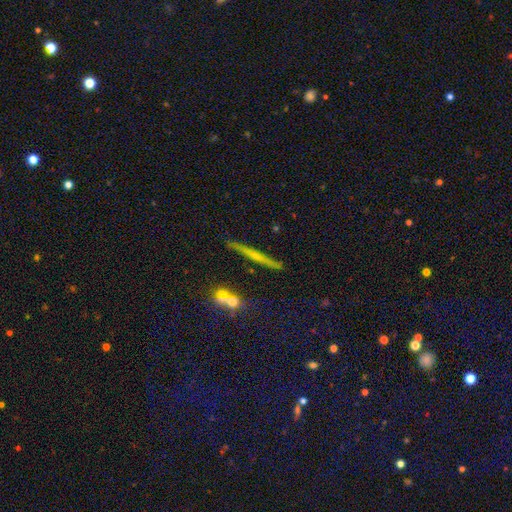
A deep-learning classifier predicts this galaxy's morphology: Overall: featured or disk (50%; smooth 38%). Merging: none (81%).